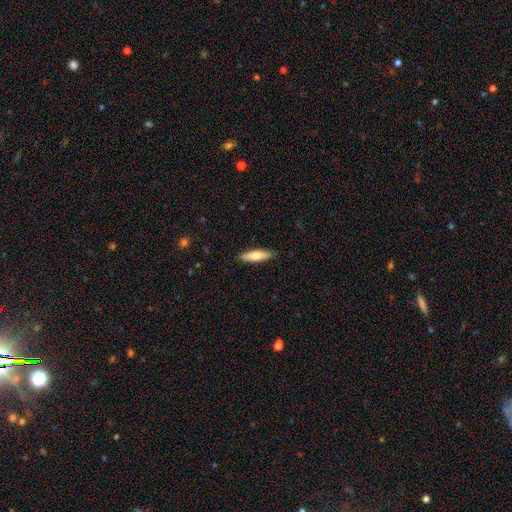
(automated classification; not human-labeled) smooth-or-featured: smooth: 70% | featured or disk: 25% | star or artifact: 6%
  how-rounded: cigar-shaped: 63% | in between: 35% | round: 2%
  merging: none: 89% | minor disturbance: 8% | major disturbance: 2% | merger: 1%